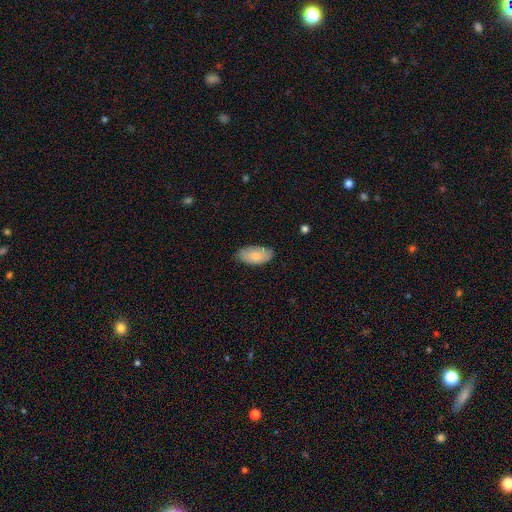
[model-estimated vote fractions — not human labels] Smooth or featured? Predicted: smooth (p=0.80). How rounded? Predicted: in between (p=0.95). Merging? Predicted: none (p=0.80).